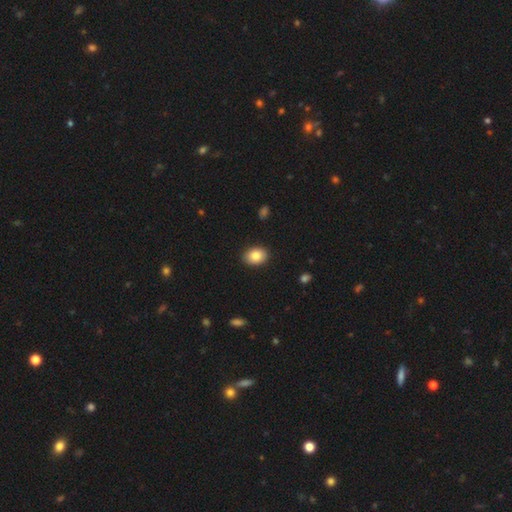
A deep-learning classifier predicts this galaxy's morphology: The model was most divided on "how rounded": in between: 74%, round: 25%, cigar-shaped: 1%. More confident: merging — none (89%); smooth or featured — smooth (85%).